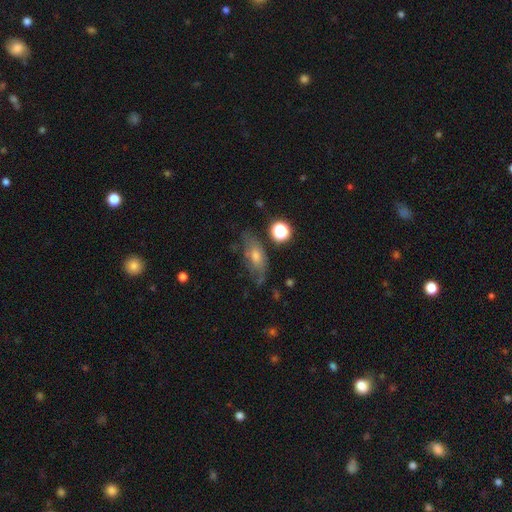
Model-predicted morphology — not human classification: A smooth galaxy with no disk features (46%). Merging: none (58%).